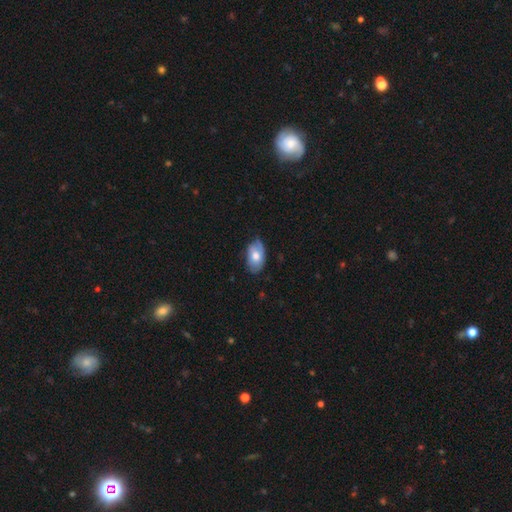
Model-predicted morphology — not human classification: smooth_or_featured: smooth (p=0.65) [alt: featured or disk p=0.28]
how_rounded: in between (p=0.92) [alt: round p=0.07]
merging: none (p=0.63) [alt: minor disturbance p=0.30]